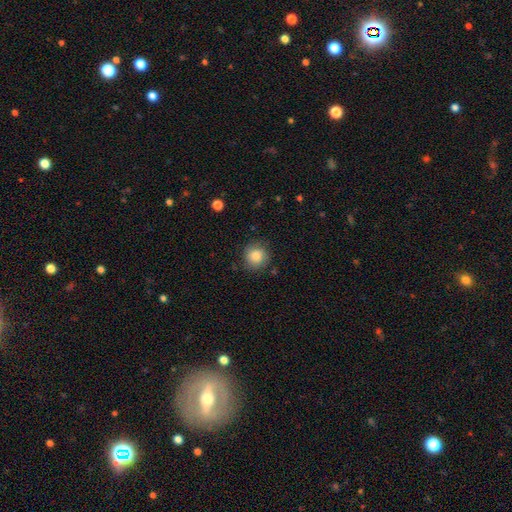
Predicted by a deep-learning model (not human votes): The model was most divided on "merging": none: 82%, minor disturbance: 13%, major disturbance: 4%, merger: 1%. More confident: how rounded — round (90%); smooth or featured — smooth (83%).